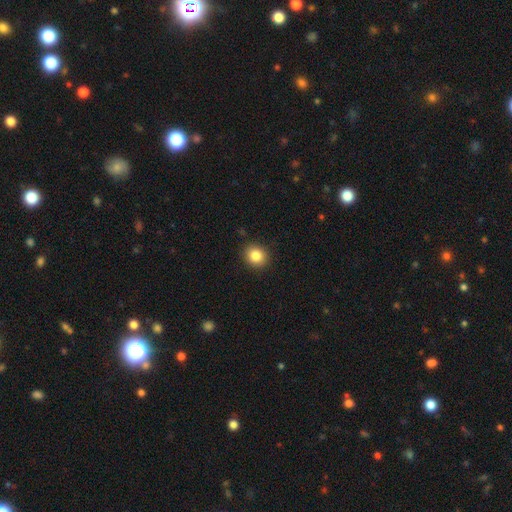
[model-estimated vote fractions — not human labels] Smooth or featured: smooth — 84% (star or artifact — 10%)
How rounded: round — 79% (in between — 20%)
Merging: none — 90% (minor disturbance — 7%)